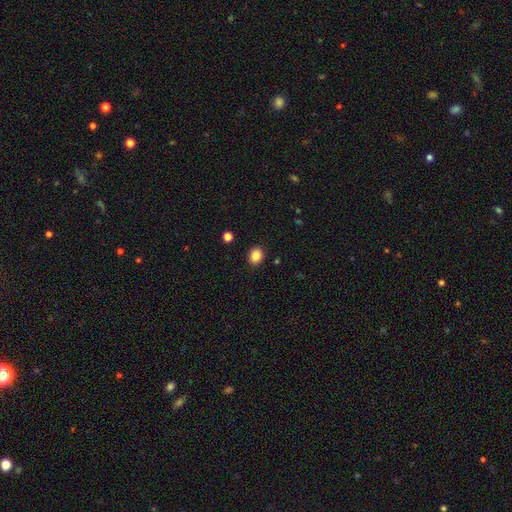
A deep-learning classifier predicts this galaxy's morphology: type=smooth (85%); roundness=round (60%); merging=none (90%).